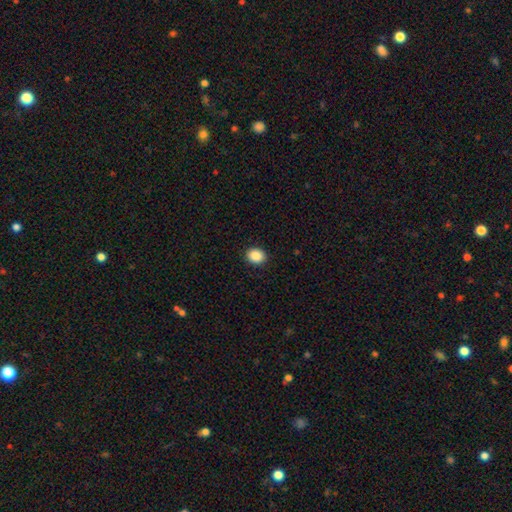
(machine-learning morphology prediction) Smooth or featured?
  - smooth: 89% *
  - star or artifact: 8%
  - featured or disk: 3%
How rounded?
  - round: 58% *
  - in between: 41%
  - cigar-shaped: 1%
Merging?
  - none: 92% *
  - minor disturbance: 6%
  - major disturbance: 2%
  - merger: 1%